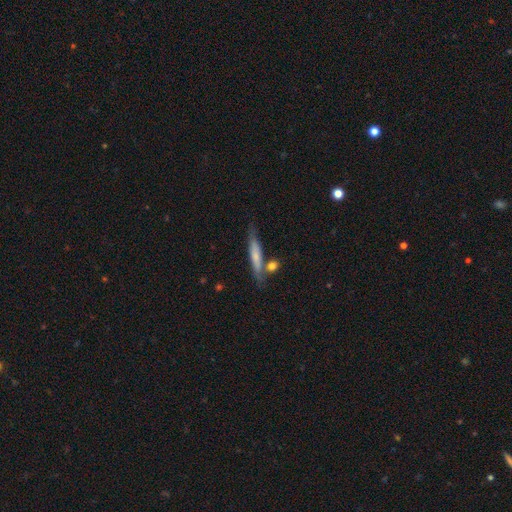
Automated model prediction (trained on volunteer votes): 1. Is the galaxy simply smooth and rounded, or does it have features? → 61% smooth, 33% featured or disk, 6% star or artifact.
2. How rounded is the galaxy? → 87% cigar-shaped, 11% in between, 2% round.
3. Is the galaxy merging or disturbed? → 64% none, 16% minor disturbance, 14% merger, 5% major disturbance.